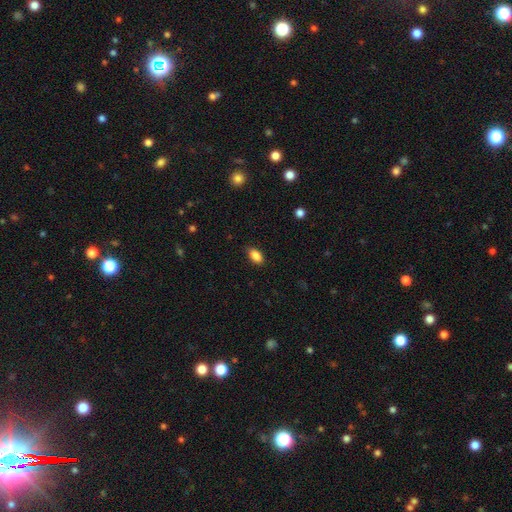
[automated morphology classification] type=smooth (88%); roundness=in between (91%); merging=none (83%).